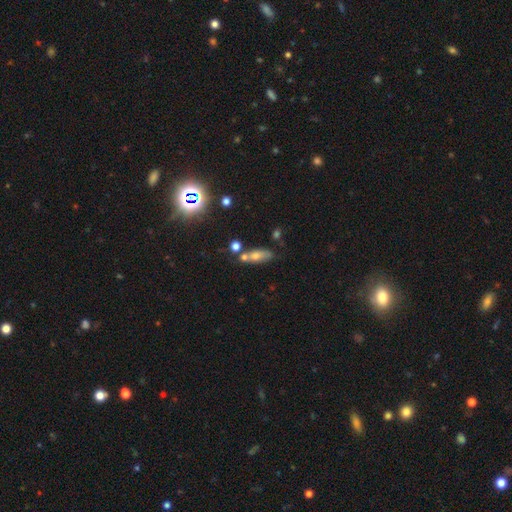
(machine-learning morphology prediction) A smooth galaxy with no disk features (66%) that is in between round and cigar-shaped (69%).

Vote fractions:
- Smooth or featured? smooth: 66% / featured or disk: 21% / star or artifact: 14%
- How rounded? in between: 69% / cigar-shaped: 24% / round: 7%
- Merging? none: 50% / merger: 25% / minor disturbance: 18% / major disturbance: 7%